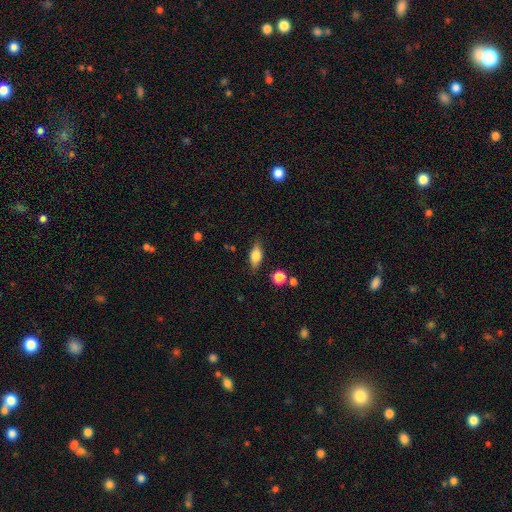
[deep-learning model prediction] The model was most divided on "smooth or featured": smooth: 67%, featured or disk: 25%, star or artifact: 8%. More confident: merging — none (81%); how rounded — in between (78%).